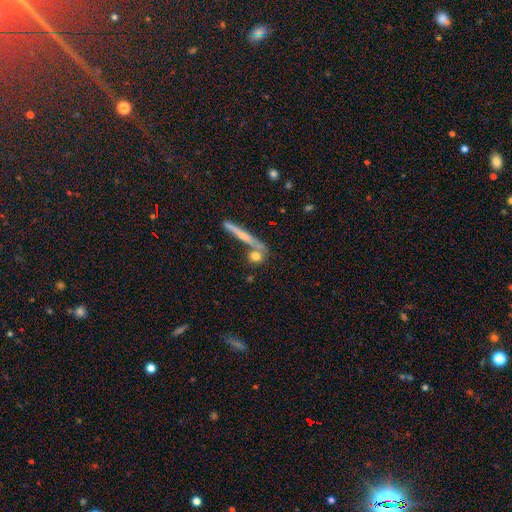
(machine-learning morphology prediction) Q: Smooth or featured?
A: star or artifact (43%); runner-up: smooth (33%)